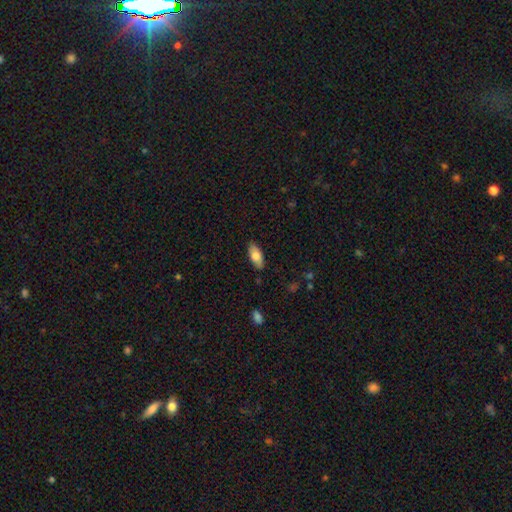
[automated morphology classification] smooth 75%, featured or disk 18%, star or artifact 6%. Down the decision tree: how rounded — in between (86%); merging — none (87%).